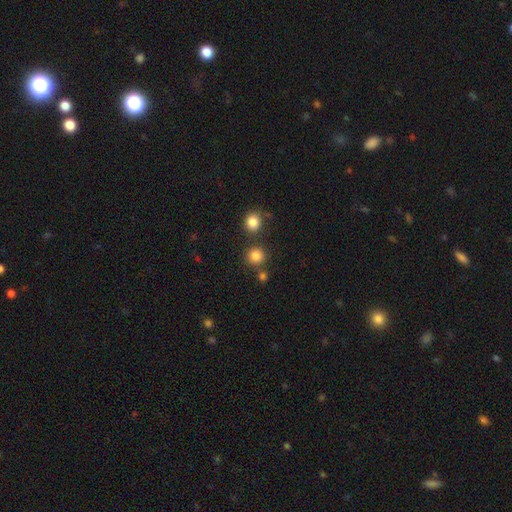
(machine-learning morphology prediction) This is clearly a smooth galaxy (83%). How rounded: clearly round (92%). Merging: likely none (78%).